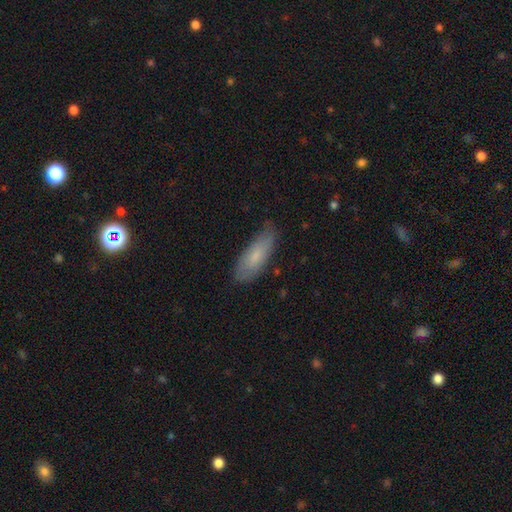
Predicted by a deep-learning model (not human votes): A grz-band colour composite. It shows a smooth galaxy with no disk features (75%) that is in between round and cigar-shaped (65%). Merging: none (73%).